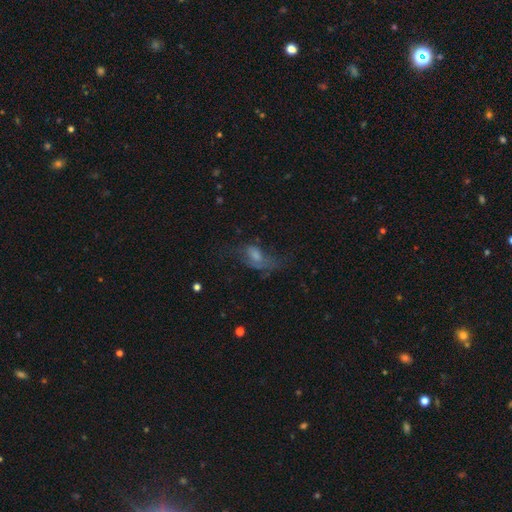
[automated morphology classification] Smooth or featured: featured or disk — 40% (tied with smooth — 40%)
Merging: major disturbance — 39% (none — 37%)